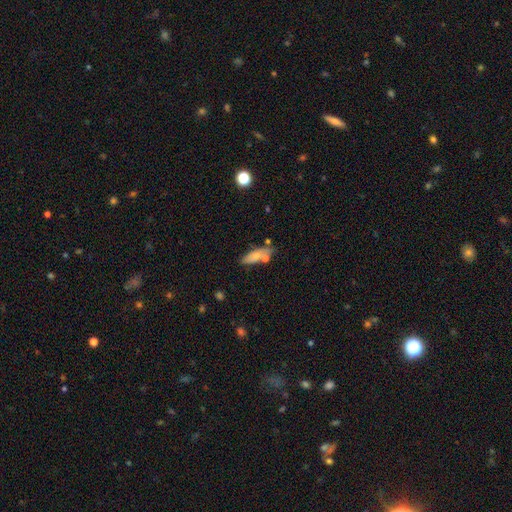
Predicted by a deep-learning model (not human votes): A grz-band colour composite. It shows a smooth galaxy with no disk features (67%) that is in between round and cigar-shaped (62%). Merging: none (60%).